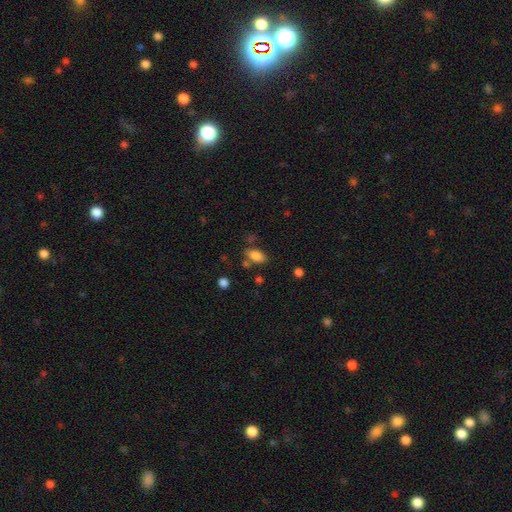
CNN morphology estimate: smooth 82%, featured or disk 9%, star or artifact 9%. Down the decision tree: how rounded — in between (89%); merging — none (68%).